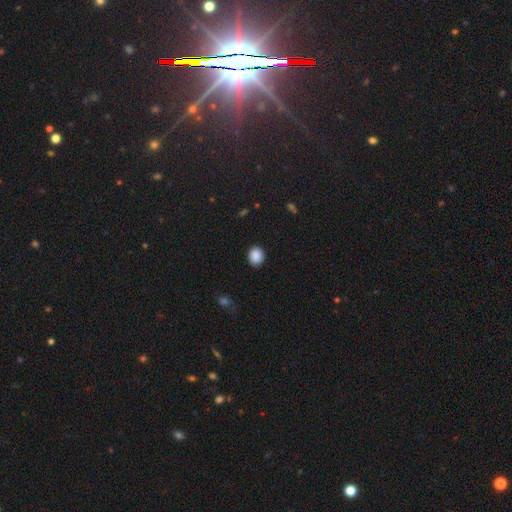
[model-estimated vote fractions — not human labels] smooth_or_featured: smooth (p=0.89) [alt: star or artifact p=0.09]
how_rounded: round (p=0.68) [alt: in between p=0.31]
merging: none (p=0.90) [alt: minor disturbance p=0.07]